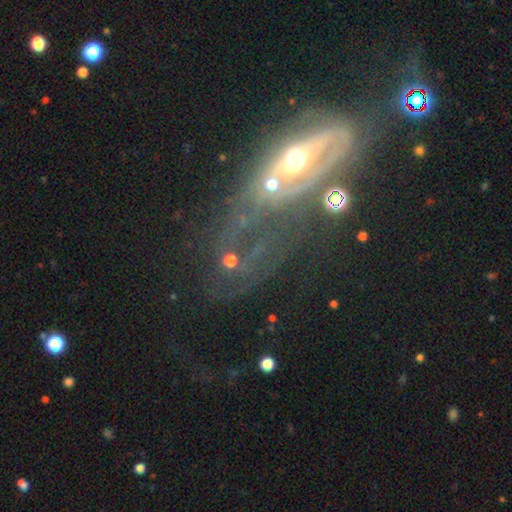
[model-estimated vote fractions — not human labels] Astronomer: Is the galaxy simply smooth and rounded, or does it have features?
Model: featured or disk — 63%.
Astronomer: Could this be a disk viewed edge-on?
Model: no — 79%.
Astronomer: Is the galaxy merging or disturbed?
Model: major disturbance — 38% (runner-up: none, 30%).